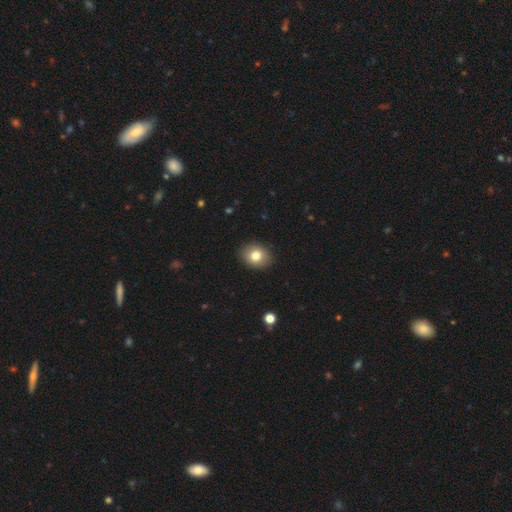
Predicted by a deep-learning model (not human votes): Smooth or featured?
  - smooth: 80% *
  - featured or disk: 11%
  - star or artifact: 9%
How rounded?
  - round: 50% *
  - in between: 49%
  - cigar-shaped: 1%
Merging?
  - none: 89% *
  - minor disturbance: 8%
  - major disturbance: 2%
  - merger: 1%